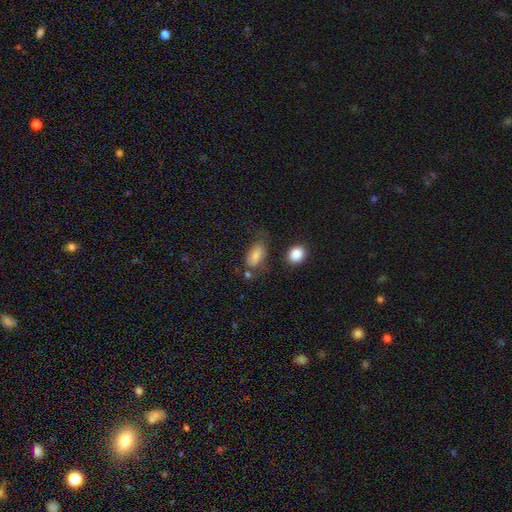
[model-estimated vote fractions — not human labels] Q: Smooth or featured?
A: smooth (83%); runner-up: star or artifact (9%)
Q: How rounded?
A: in between (90%); runner-up: round (5%)
Q: Merging?
A: none (52%); runner-up: minor disturbance (27%)